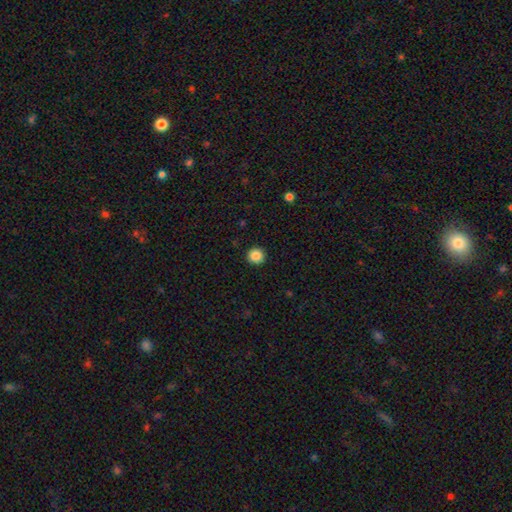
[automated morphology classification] smooth-or-featured: smooth: 87% | star or artifact: 10% | featured or disk: 3%
  how-rounded: round: 95% | in between: 4% | cigar-shaped: 1%
  merging: none: 93% | minor disturbance: 5% | major disturbance: 2% | merger: 1%